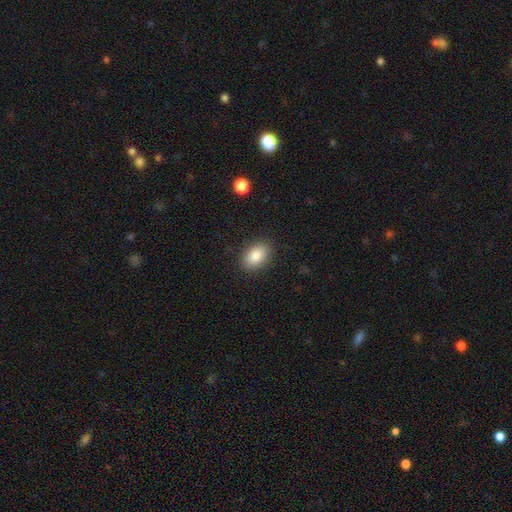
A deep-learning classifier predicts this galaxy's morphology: Smooth or featured? smooth (85%)
How rounded? in between (87%)
Merging? none (88%)